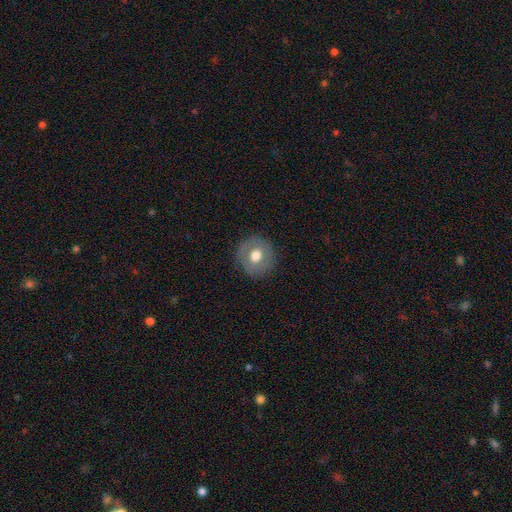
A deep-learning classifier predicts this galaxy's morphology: Q: Smooth or featured?
A: smooth (62%); runner-up: featured or disk (30%)
Q: How rounded?
A: round (90%); runner-up: in between (9%)
Q: Merging?
A: none (87%); runner-up: minor disturbance (9%)